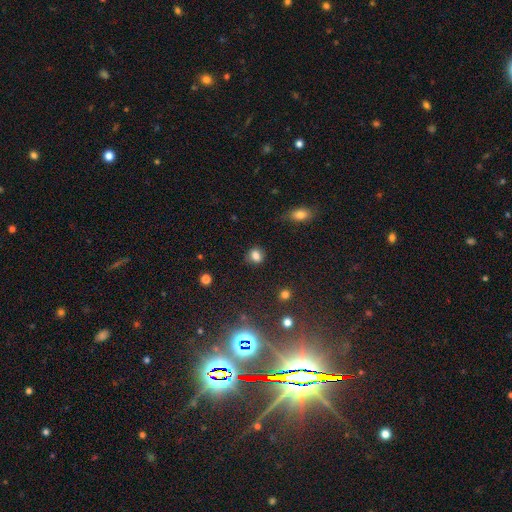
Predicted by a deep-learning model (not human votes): smooth-or-featured: smooth: 81% | star or artifact: 12% | featured or disk: 7%
  how-rounded: round: 69% | in between: 30% | cigar-shaped: 1%
  merging: none: 82% | minor disturbance: 12% | major disturbance: 3% | merger: 2%